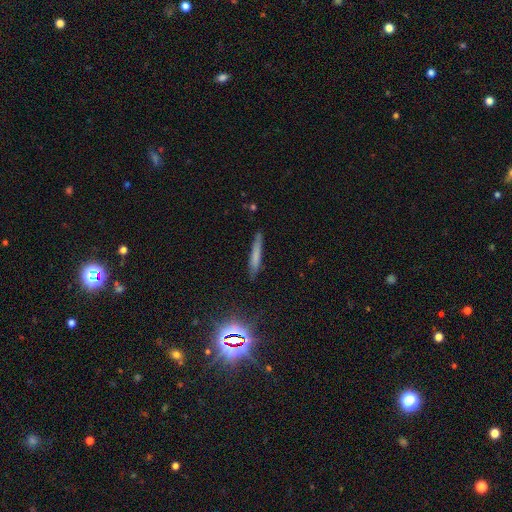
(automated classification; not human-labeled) Q: Smooth or featured?
A: smooth (63%); runner-up: featured or disk (23%)
Q: How rounded?
A: cigar-shaped (94%); runner-up: in between (4%)
Q: Merging?
A: none (84%); runner-up: minor disturbance (12%)